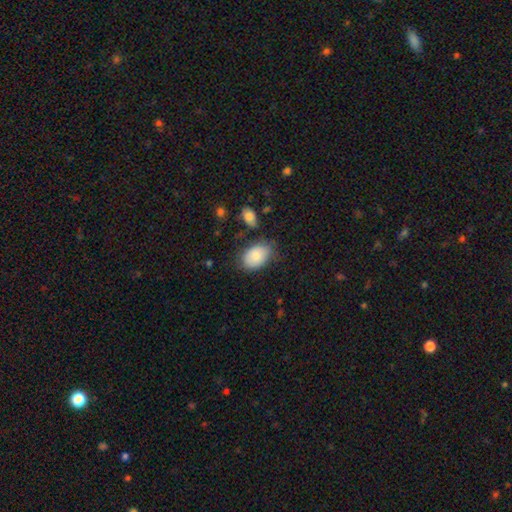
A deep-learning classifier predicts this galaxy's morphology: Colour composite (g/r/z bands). It shows a smooth galaxy with no disk features (80%) that is in between round and cigar-shaped (86%). Merging: none (66%).